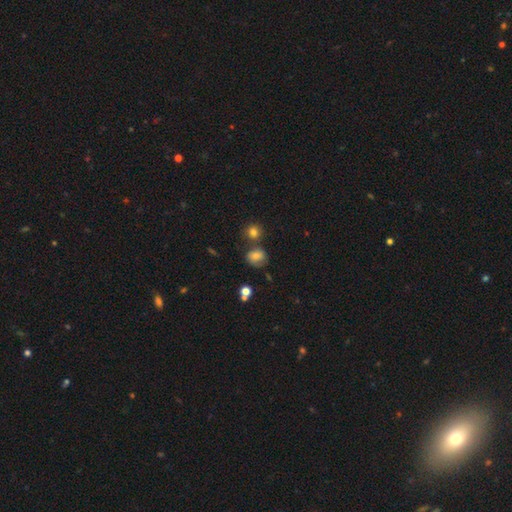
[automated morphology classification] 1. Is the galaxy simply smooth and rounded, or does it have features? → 67% smooth, 18% featured or disk, 15% star or artifact.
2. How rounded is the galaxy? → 70% round, 29% in between, 1% cigar-shaped.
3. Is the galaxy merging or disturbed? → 62% none, 19% minor disturbance, 13% merger, 7% major disturbance.